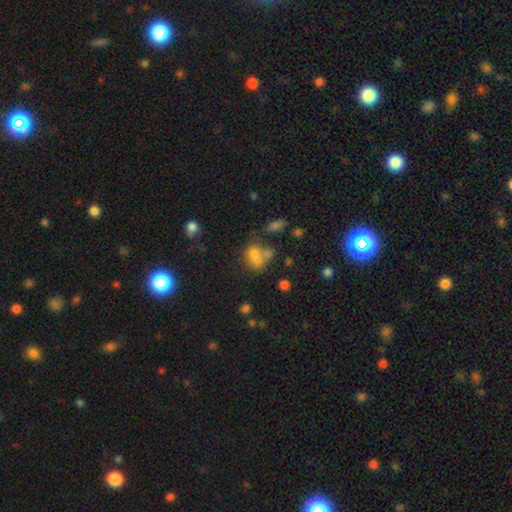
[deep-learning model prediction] The model was most divided on "how rounded": in between: 55%, round: 44%, cigar-shaped: 2%. More confident: smooth or featured — smooth (66%); merging — merger (50%).